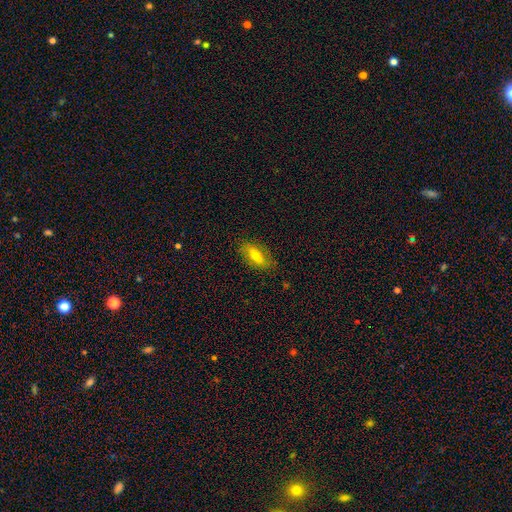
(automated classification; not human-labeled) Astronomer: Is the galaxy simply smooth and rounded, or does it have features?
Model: smooth — 62%.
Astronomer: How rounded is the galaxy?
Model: in between — 78%.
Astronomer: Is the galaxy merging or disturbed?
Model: none — 80%.